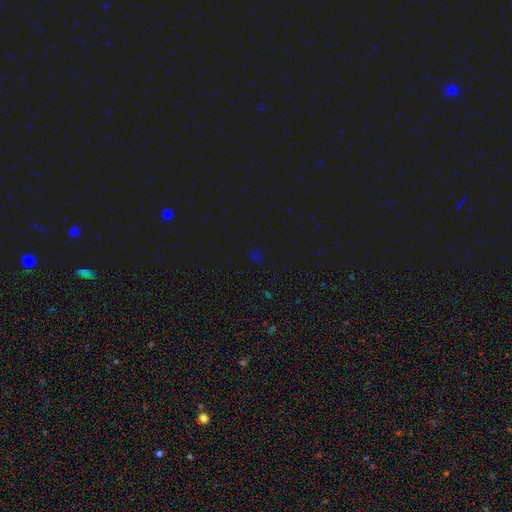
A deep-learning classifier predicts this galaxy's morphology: star or artifact 64%, smooth 29%, featured or disk 7%.